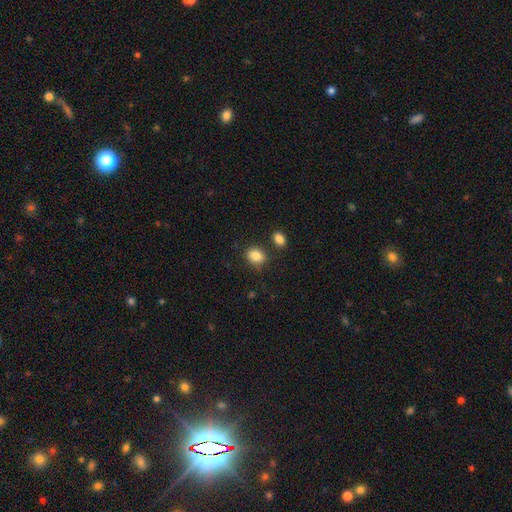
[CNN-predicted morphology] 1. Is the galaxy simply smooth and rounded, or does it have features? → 86% smooth, 9% star or artifact, 5% featured or disk.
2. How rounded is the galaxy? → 53% in between, 46% round, 1% cigar-shaped.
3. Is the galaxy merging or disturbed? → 77% none, 12% minor disturbance, 8% merger, 3% major disturbance.